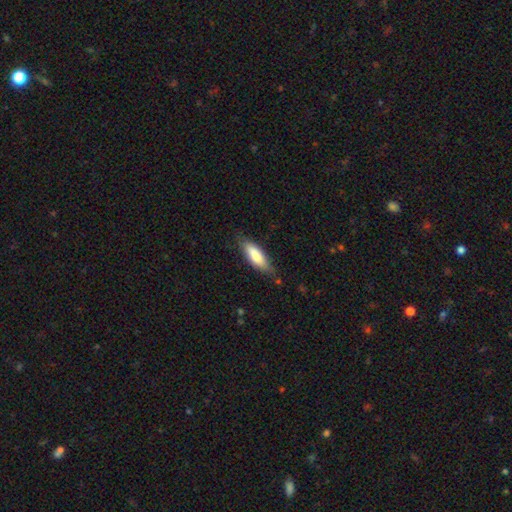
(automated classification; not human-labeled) Overall: smooth (80%). How rounded: in between (55%; cigar-shaped 43%). Merging: none (75%).